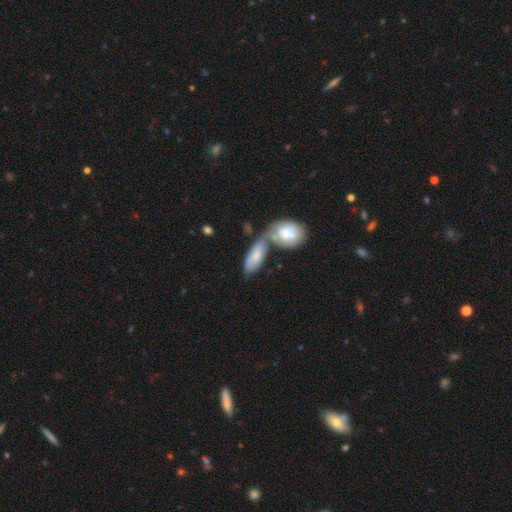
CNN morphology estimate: smooth_or_featured: smooth (p=0.71) [alt: featured or disk p=0.23]
how_rounded: in between (p=0.84) [alt: cigar-shaped p=0.12]
merging: merger (p=0.56) [alt: none p=0.25]